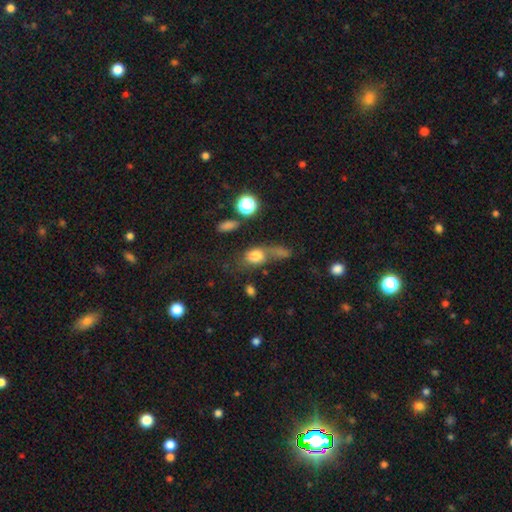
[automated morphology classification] type=smooth (73%); roundness=in between (60%); merging=none (36%).